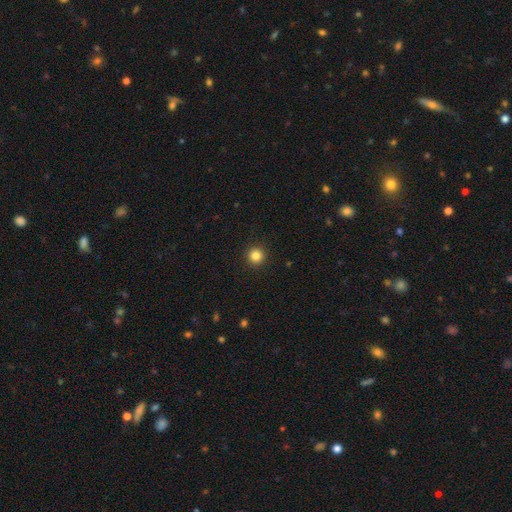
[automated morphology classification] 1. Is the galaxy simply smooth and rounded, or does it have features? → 84% smooth, 12% star or artifact, 4% featured or disk.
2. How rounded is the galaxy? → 96% round, 3% in between, 1% cigar-shaped.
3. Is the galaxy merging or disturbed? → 93% none, 4% minor disturbance, 2% major disturbance, 1% merger.